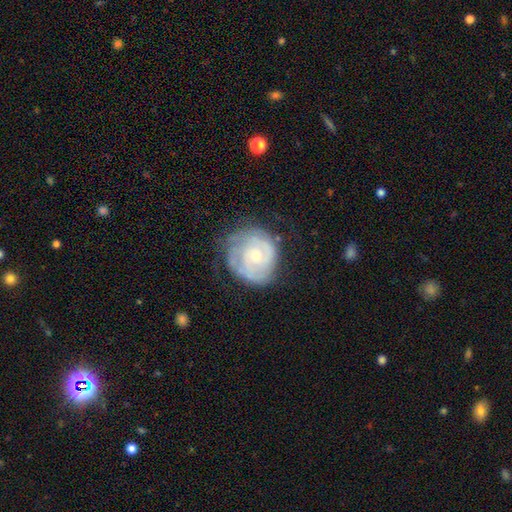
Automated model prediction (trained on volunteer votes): The model was most divided on "spiral arm count": can't tell: 42%, 2: 29%, 3: 15%, 1: 6%, 4: 5%, more than 4: 4%. More confident: edge-on disk — no (98%); spiral arms — yes (85%); bar — no (78%); smooth or featured — featured or disk (73%); spiral winding — tight (67%); bulge size — small (66%); merging — none (64%).